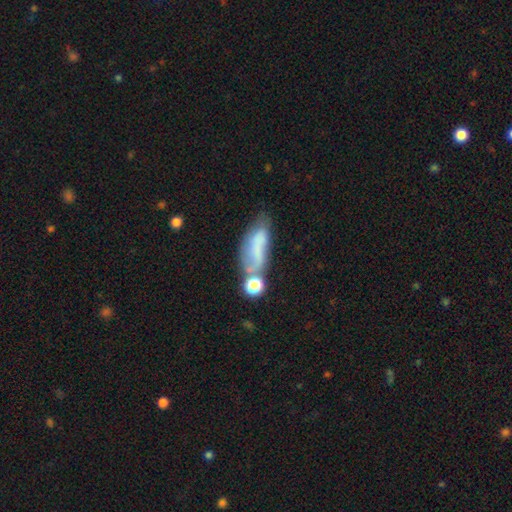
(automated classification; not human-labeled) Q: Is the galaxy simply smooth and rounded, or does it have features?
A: smooth — 58%.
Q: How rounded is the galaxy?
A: in between — 75%.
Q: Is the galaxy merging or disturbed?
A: none — 36%.